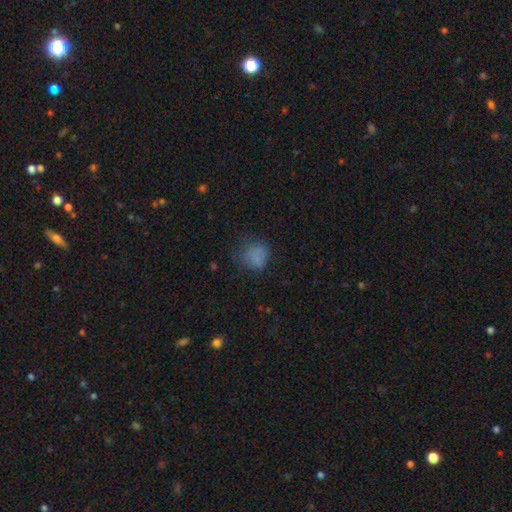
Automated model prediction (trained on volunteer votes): Smooth or featured?
  - smooth: 73% *
  - star or artifact: 16%
  - featured or disk: 11%
How rounded?
  - round: 70% *
  - in between: 29%
  - cigar-shaped: 1%
Merging?
  - none: 57% *
  - minor disturbance: 25%
  - major disturbance: 16%
  - merger: 2%